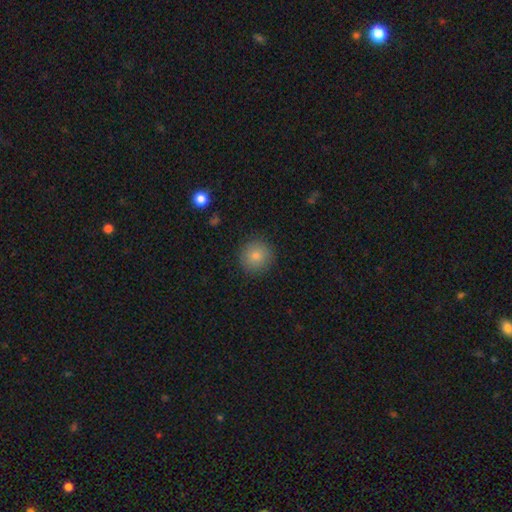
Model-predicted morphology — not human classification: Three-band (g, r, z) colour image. It shows a smooth galaxy with no disk features (83%) that is round (93%). Merging: none (89%).